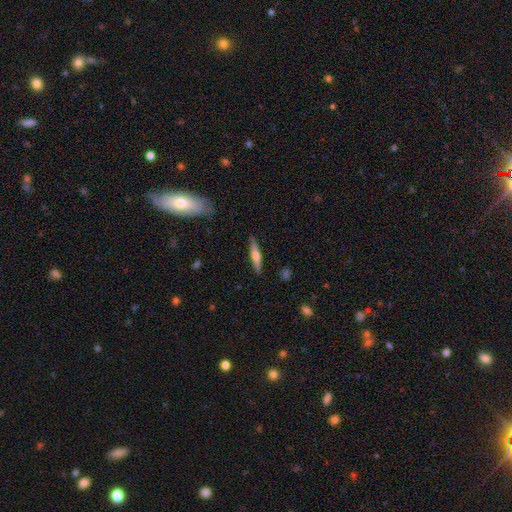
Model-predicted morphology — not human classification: type=featured or disk (47%, tied with smooth); merging=none (88%).